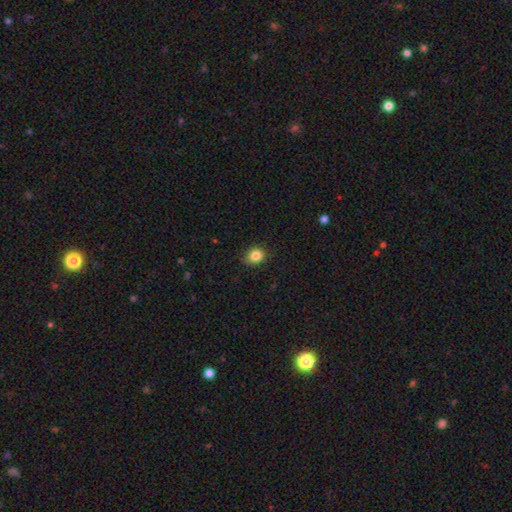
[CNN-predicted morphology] Smooth or featured? Predicted: smooth (p=0.84). How rounded? Predicted: round (p=0.69). Merging? Predicted: none (p=0.78).